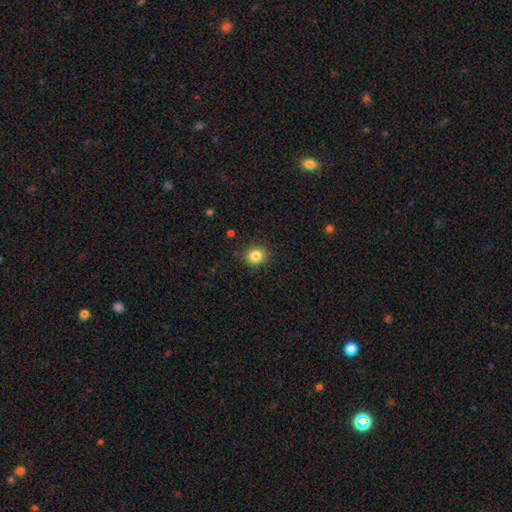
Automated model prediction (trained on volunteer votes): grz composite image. It shows a smooth galaxy with no disk features (84%) that is round (78%). Merging: none (87%).